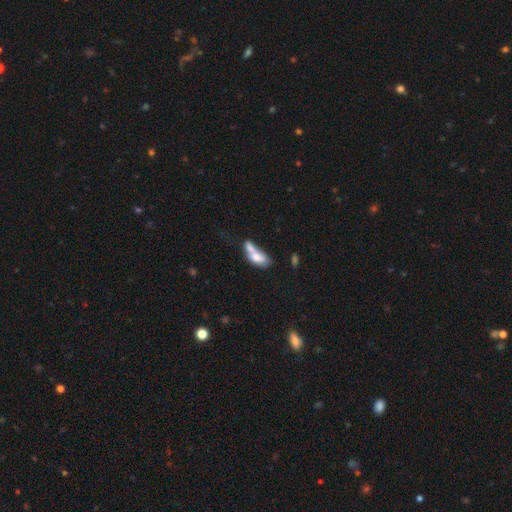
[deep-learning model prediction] This is likely a smooth galaxy (63%). How rounded: likely in between (74%). Merging: likely merger (61%).